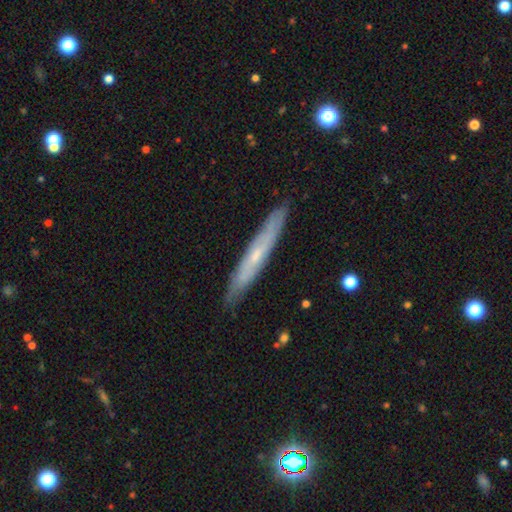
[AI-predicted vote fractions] A featured or disk galaxy (57%) viewed edge-on (81%).

Vote fractions:
- Smooth or featured? featured or disk: 57% / smooth: 37% / star or artifact: 6%
- Edge-on disk? yes: 81% / no: 19%
- Merging? none: 88% / minor disturbance: 9% / major disturbance: 2% / merger: 1%